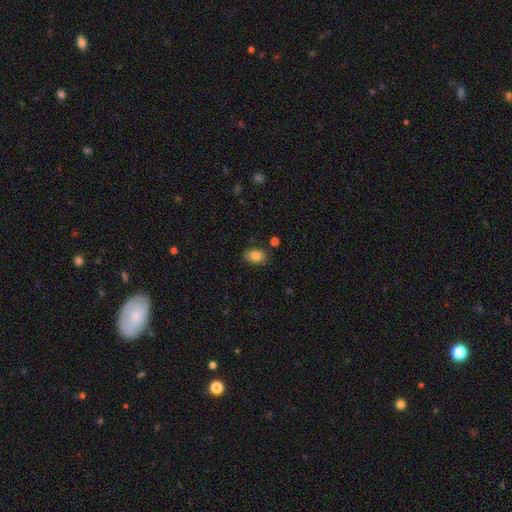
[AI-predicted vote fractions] The model was most divided on "how rounded": in between: 76%, round: 23%, cigar-shaped: 1%. More confident: smooth or featured — smooth (83%); merging — none (81%).